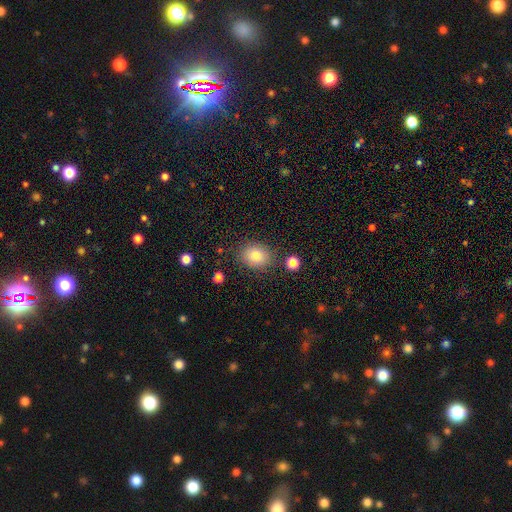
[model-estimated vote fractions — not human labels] Q: Smooth or featured?
A: smooth (81%); runner-up: star or artifact (10%)
Q: How rounded?
A: round (53%); runner-up: in between (46%)
Q: Merging?
A: none (83%); runner-up: minor disturbance (11%)